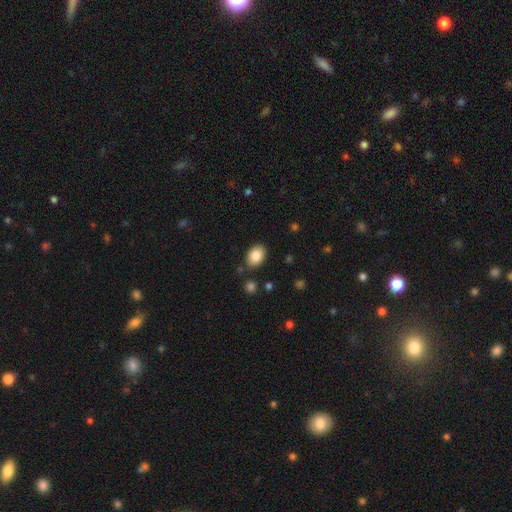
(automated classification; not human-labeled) Overall: smooth (85%). How rounded: in between (81%). Merging: none (84%).